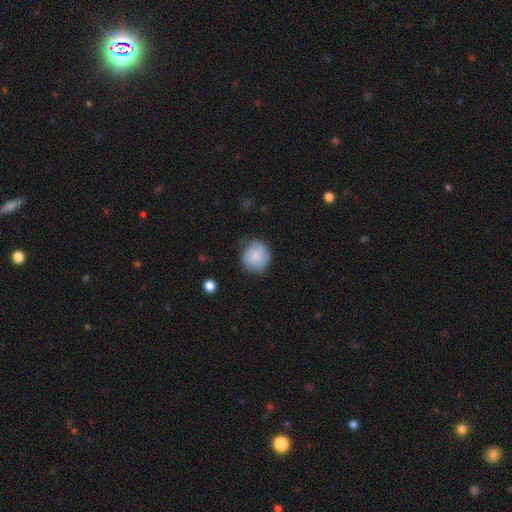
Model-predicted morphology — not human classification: This is likely a smooth galaxy (77%). How rounded: clearly round (85%). Merging: likely none (63%).